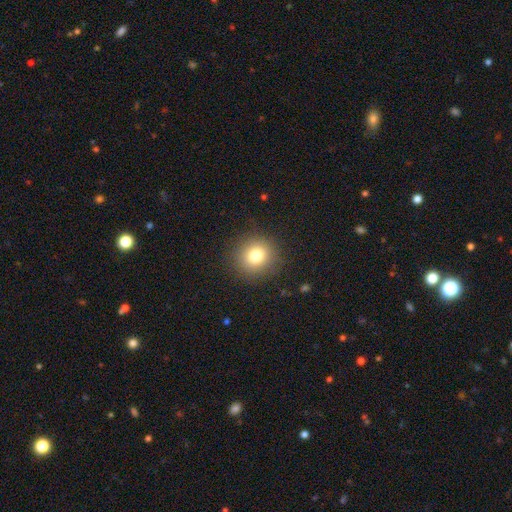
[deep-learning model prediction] smooth_or_featured: smooth (p=0.78) [alt: star or artifact p=0.12]
how_rounded: round (p=0.89) [alt: in between p=0.10]
merging: none (p=0.89) [alt: minor disturbance p=0.07]